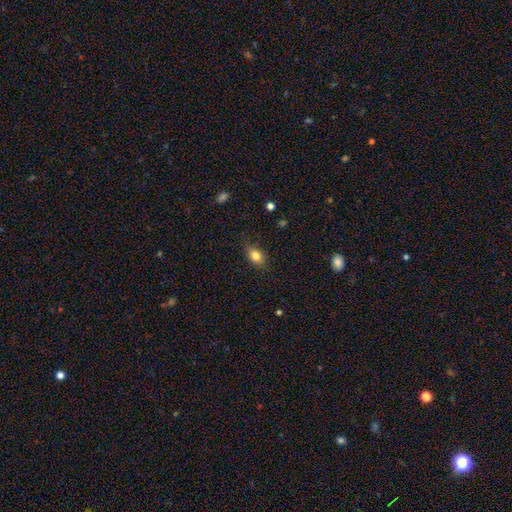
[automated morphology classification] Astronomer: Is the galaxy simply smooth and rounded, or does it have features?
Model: smooth — 82%.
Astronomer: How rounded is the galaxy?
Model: in between — 74%.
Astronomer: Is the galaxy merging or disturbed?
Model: none — 80%.